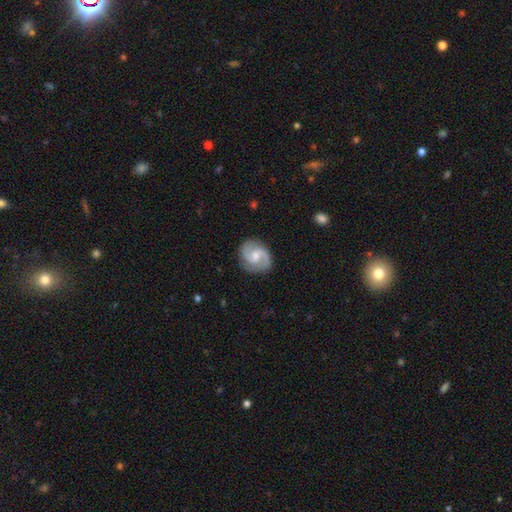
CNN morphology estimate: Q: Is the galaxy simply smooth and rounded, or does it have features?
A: featured or disk — 84%.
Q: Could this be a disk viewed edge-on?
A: no — 98%.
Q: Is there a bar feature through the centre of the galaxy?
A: weak — 54%.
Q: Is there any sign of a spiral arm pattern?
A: yes — 97%.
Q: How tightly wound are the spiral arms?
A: medium — 55%.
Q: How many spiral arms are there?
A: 2 — 91%.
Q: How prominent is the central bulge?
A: moderate — 53%.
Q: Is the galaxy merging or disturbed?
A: none — 83%.